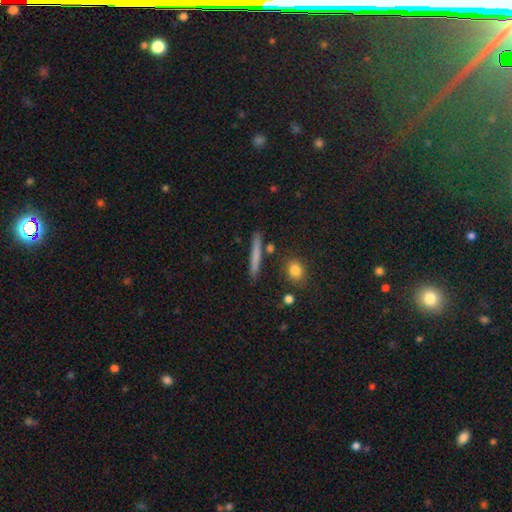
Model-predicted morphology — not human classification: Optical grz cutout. It shows a smooth galaxy with no disk features (69%) that is cigar-shaped (92%). Merging: none (87%).